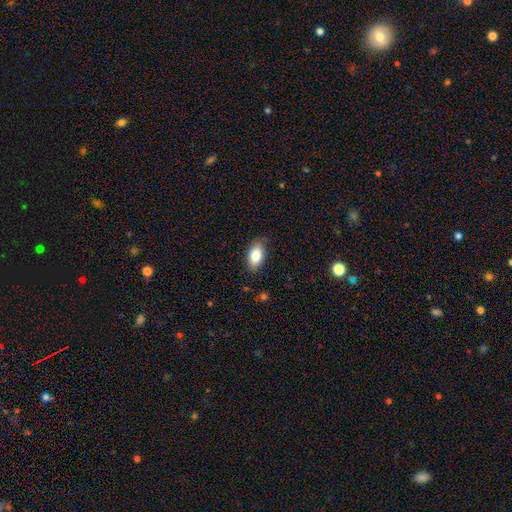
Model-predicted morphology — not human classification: Q: Smooth or featured?
A: smooth (84%); runner-up: featured or disk (9%)
Q: How rounded?
A: in between (92%); runner-up: round (4%)
Q: Merging?
A: none (83%); runner-up: minor disturbance (14%)